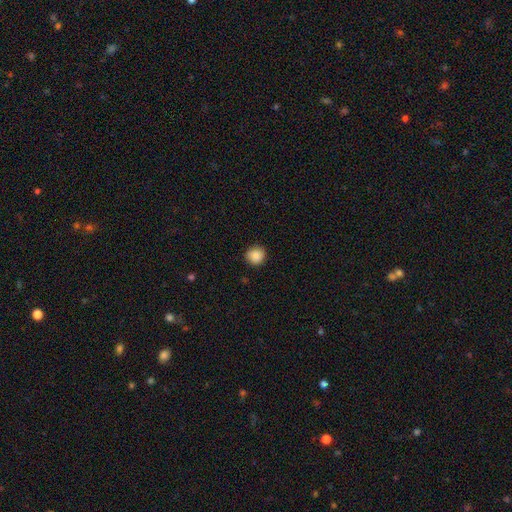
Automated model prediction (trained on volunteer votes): smooth 87%, star or artifact 9%, featured or disk 4%. Down the decision tree: how rounded — round (90%); merging — none (86%).